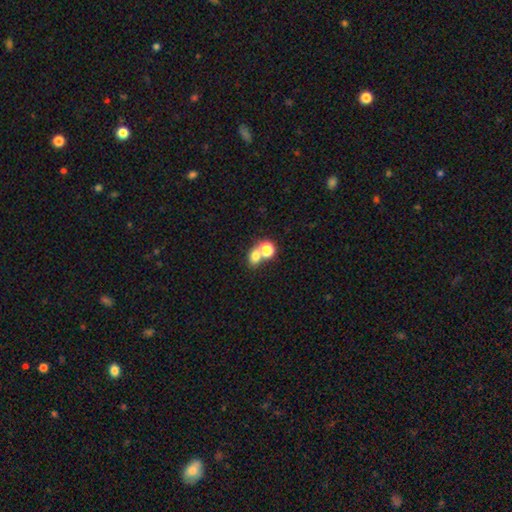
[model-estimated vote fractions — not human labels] Smooth or featured?
  - smooth: 73% *
  - star or artifact: 15%
  - featured or disk: 11%
How rounded?
  - round: 56% *
  - in between: 42%
  - cigar-shaped: 1%
Merging?
  - merger: 50% *
  - none: 39%
  - minor disturbance: 7%
  - major disturbance: 4%